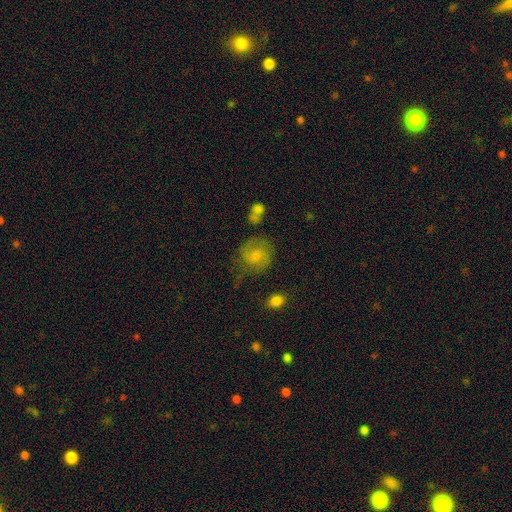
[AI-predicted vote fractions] Smooth or featured: smooth — 59% (featured or disk — 31%)
How rounded: round — 77% (in between — 22%)
Merging: none — 56% (minor disturbance — 24%)